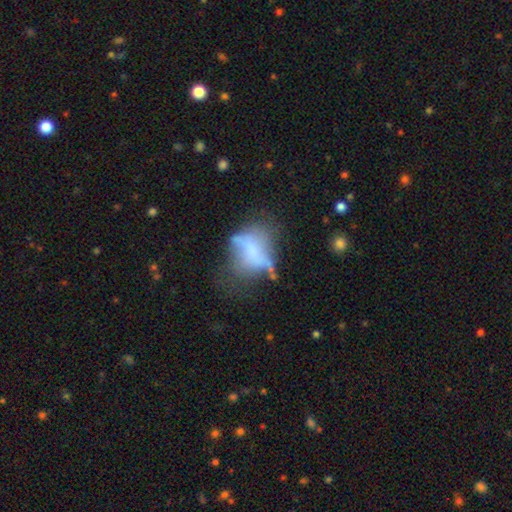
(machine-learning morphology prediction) Smooth or featured: smooth — 47% (featured or disk — 41%)
Merging: major disturbance — 33% (none — 30%)